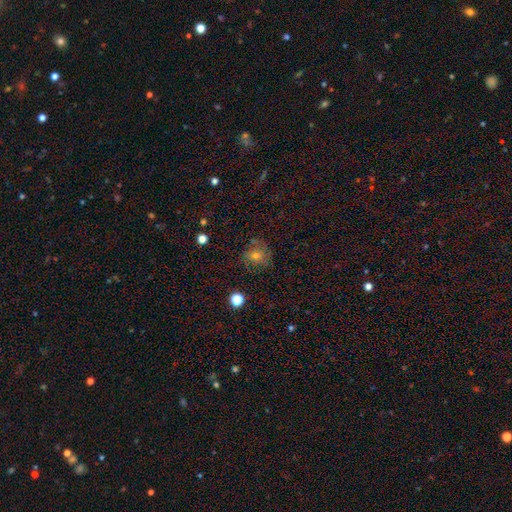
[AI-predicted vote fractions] A smooth galaxy with no disk features (45%).

Vote fractions:
- Smooth or featured? smooth: 45% / featured or disk: 30% / star or artifact: 26%
- Merging? none: 69% / minor disturbance: 19% / major disturbance: 10% / merger: 2%